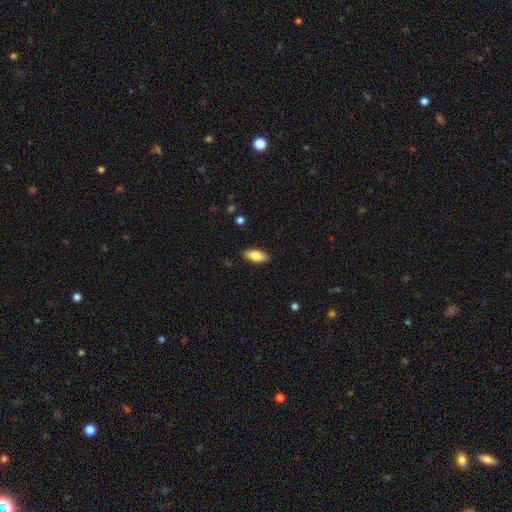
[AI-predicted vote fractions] Smooth or featured: smooth — 82% (featured or disk — 12%)
How rounded: in between — 85% (cigar-shaped — 13%)
Merging: none — 89% (minor disturbance — 8%)